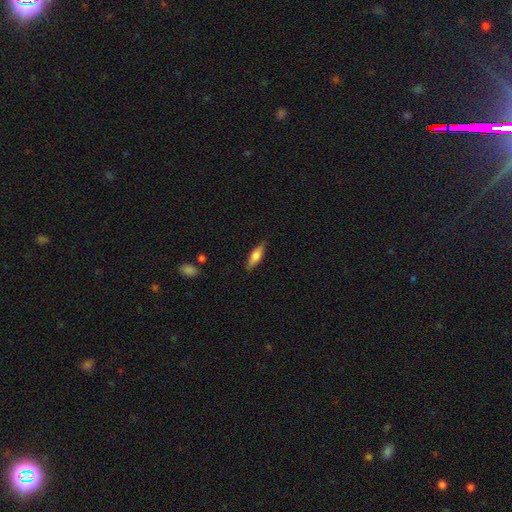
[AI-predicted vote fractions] The model was most divided on "how rounded": cigar-shaped: 51%, in between: 46%, round: 2%. More confident: merging — none (85%); smooth or featured — smooth (60%).